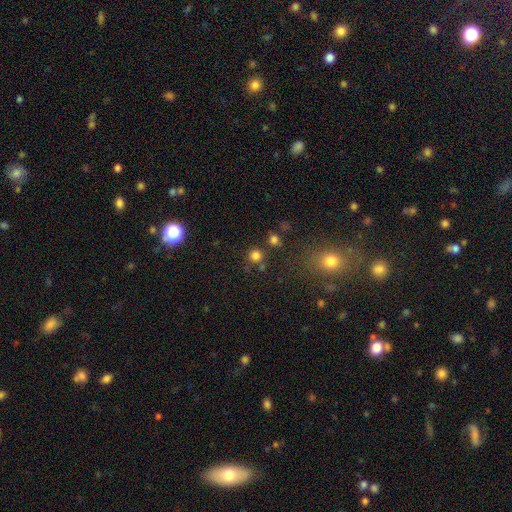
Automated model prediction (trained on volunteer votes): Q: Smooth or featured?
A: smooth (77%); runner-up: star or artifact (18%)
Q: How rounded?
A: round (93%); runner-up: in between (6%)
Q: Merging?
A: none (78%); runner-up: merger (11%)